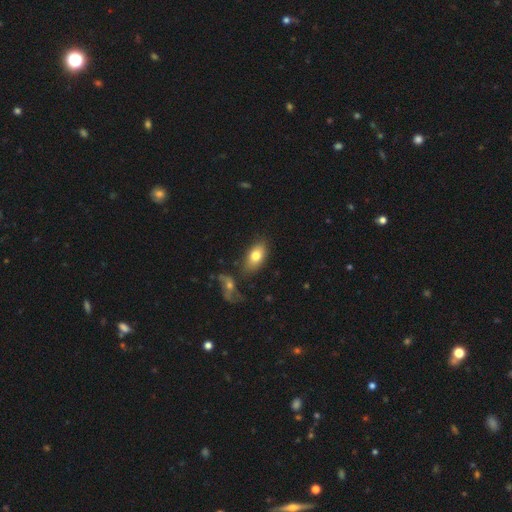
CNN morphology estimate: smooth 77%, featured or disk 16%, star or artifact 7%. Down the decision tree: how rounded — in between (90%); merging — none (75%).